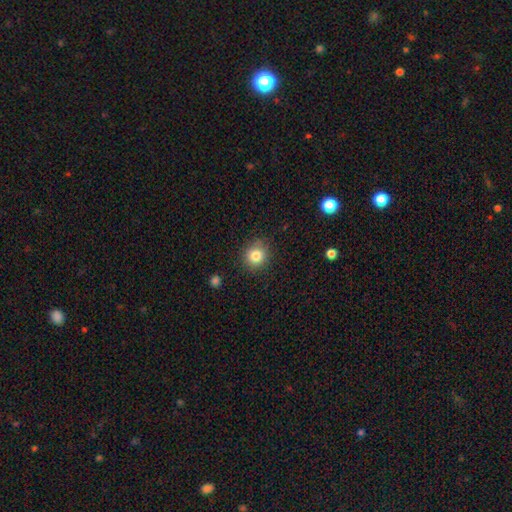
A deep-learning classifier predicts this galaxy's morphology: This is clearly a smooth galaxy (83%). How rounded: clearly round (86%). Merging: clearly none (86%).